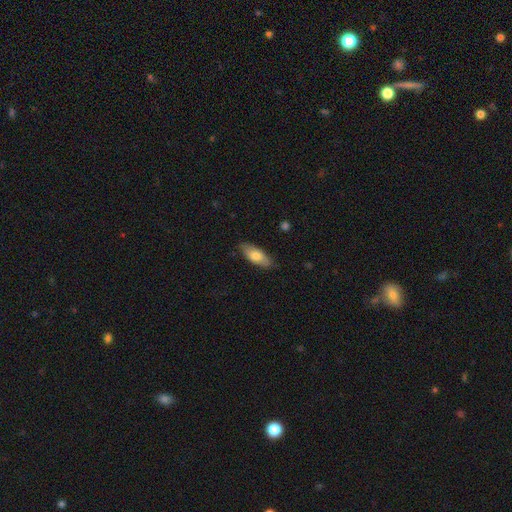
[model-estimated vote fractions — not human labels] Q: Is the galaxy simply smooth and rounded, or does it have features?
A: smooth — 74%.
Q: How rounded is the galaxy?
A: in between — 79%.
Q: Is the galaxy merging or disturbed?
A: none — 82%.